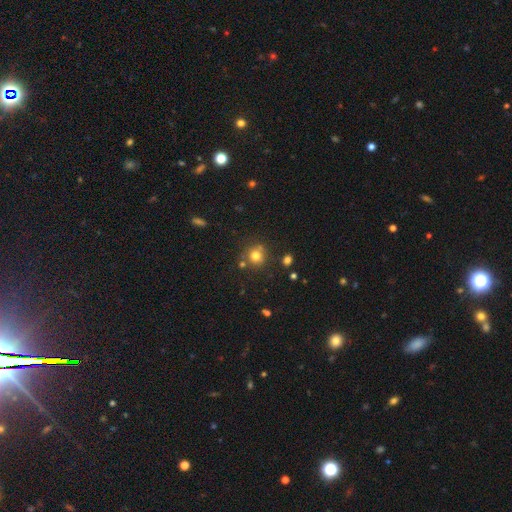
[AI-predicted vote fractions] Smooth or featured? Predicted: smooth (p=0.77). How rounded? Predicted: round (p=0.90). Merging? Predicted: none (p=0.74).